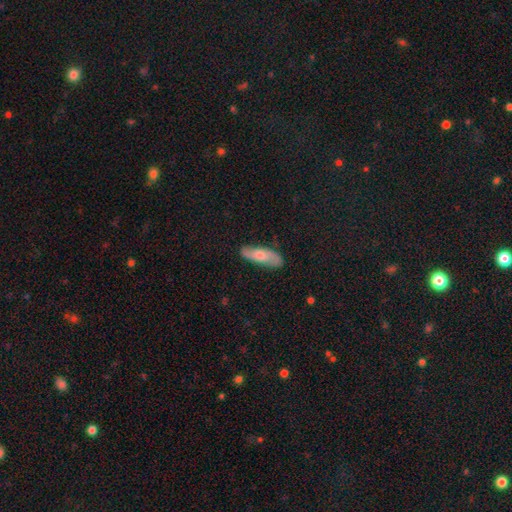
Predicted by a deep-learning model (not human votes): This appears to be a smooth galaxy with no disk features (46%). Merging: none (81%).